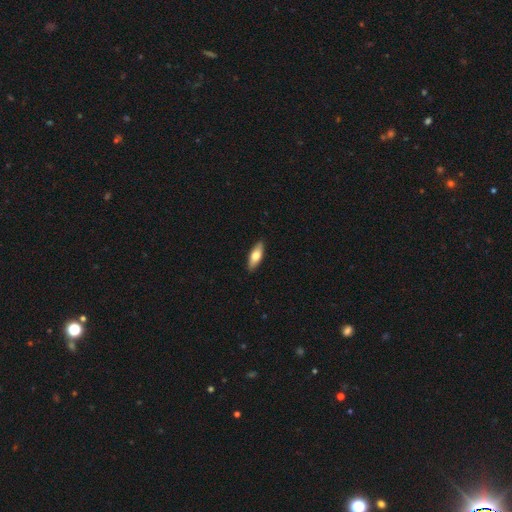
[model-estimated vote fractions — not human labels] This is likely a smooth galaxy (68%). How rounded: likely in between (62%). Merging: clearly none (89%).